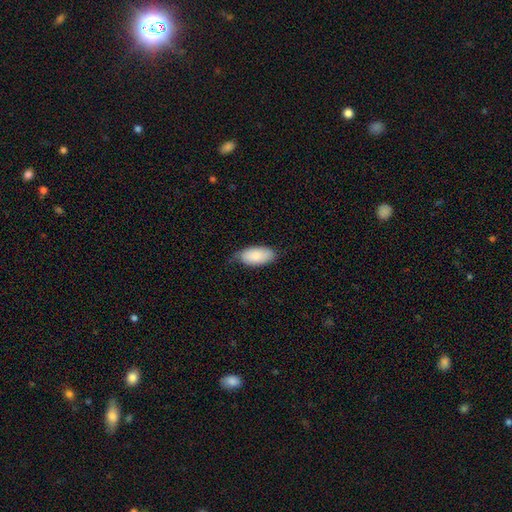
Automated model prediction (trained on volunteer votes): This appears to be a smooth galaxy with no disk features (85%) that is in between round and cigar-shaped (94%). Merging: none (66%).